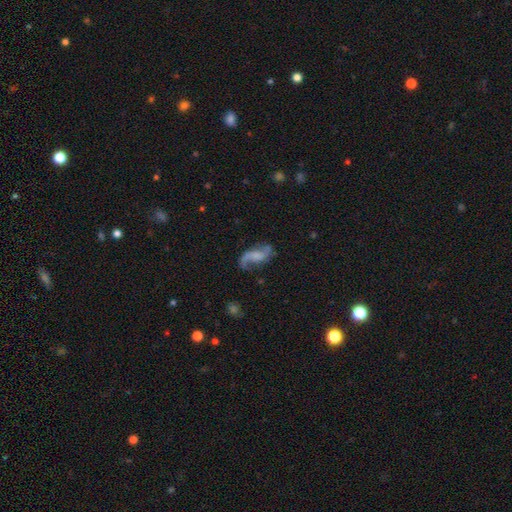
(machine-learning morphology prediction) This appears to be a featured or disk galaxy (79%) with no bar (50%), 2 (87%) loose (76%) spiral arms (94%) and no central bulge (47%). Merging: none (64%).